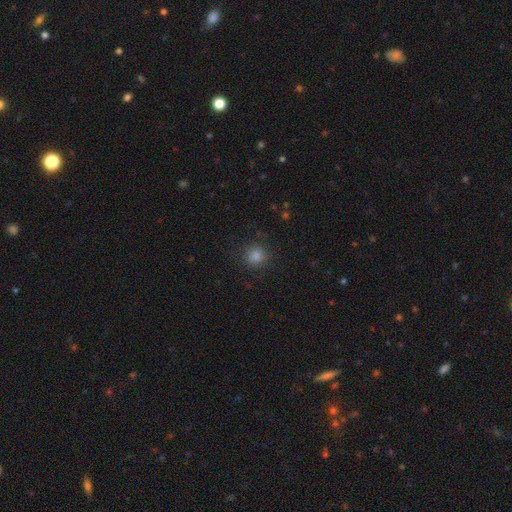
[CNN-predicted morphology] smooth-or-featured: smooth: 81% | star or artifact: 15% | featured or disk: 4%
  how-rounded: round: 91% | in between: 8% | cigar-shaped: 1%
  merging: none: 87% | minor disturbance: 8% | major disturbance: 3% | merger: 1%